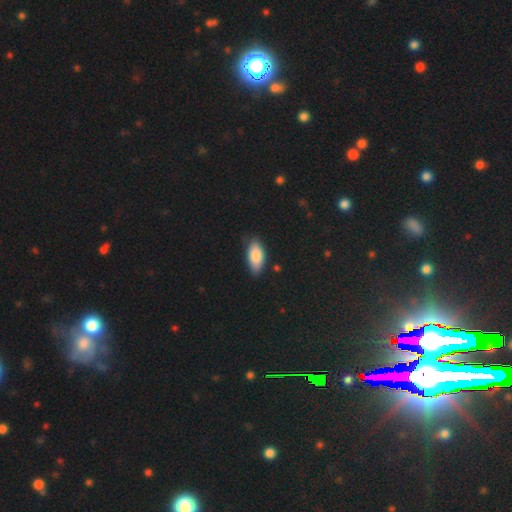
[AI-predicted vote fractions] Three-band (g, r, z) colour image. It shows a smooth galaxy with no disk features (85%) that is in between round and cigar-shaped (90%). Merging: none (80%).